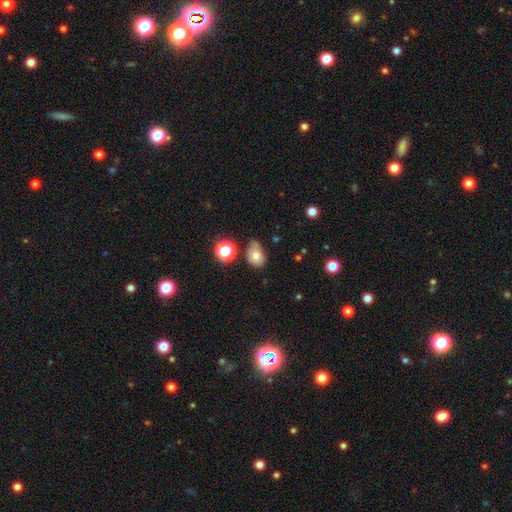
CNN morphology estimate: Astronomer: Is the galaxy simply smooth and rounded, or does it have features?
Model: smooth — 73%.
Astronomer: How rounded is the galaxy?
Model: in between — 72%.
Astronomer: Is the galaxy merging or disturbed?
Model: none — 55% (runner-up: minor disturbance, 32%).